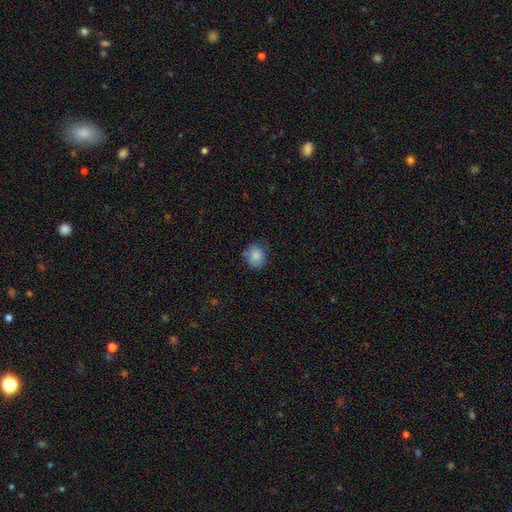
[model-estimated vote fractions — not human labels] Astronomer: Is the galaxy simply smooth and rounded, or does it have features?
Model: smooth — 85%.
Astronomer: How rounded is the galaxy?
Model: round — 68%.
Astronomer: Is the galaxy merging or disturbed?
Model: none — 72%.